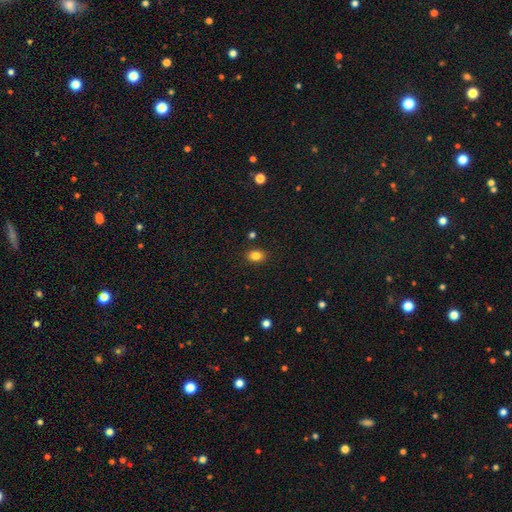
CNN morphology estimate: The model was most divided on "how rounded": in between: 73%, round: 26%, cigar-shaped: 1%. More confident: merging — none (86%); smooth or featured — smooth (83%).